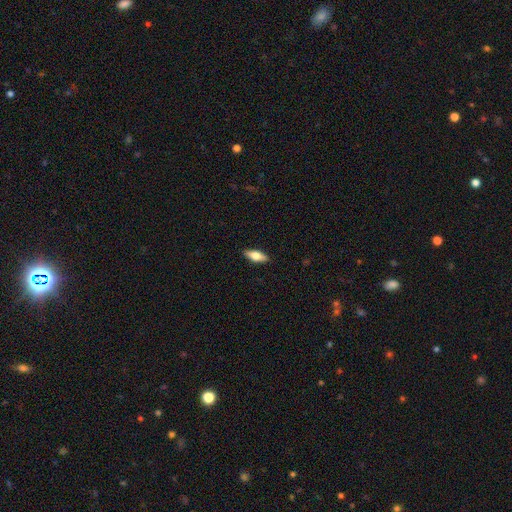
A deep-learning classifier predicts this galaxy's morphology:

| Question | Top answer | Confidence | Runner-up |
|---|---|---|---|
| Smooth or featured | smooth | 64% | featured or disk (30%) |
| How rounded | in between | 72% | cigar-shaped (26%) |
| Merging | none | 89% | minor disturbance (8%) |